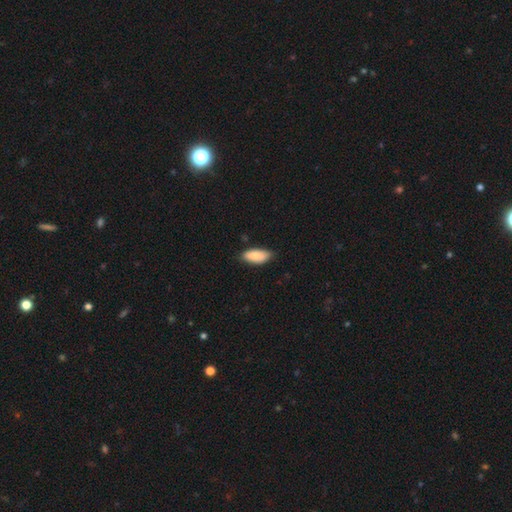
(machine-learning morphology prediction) Smooth or featured?
  - smooth: 85% *
  - featured or disk: 9%
  - star or artifact: 6%
How rounded?
  - in between: 87% *
  - cigar-shaped: 11%
  - round: 2%
Merging?
  - none: 79% *
  - minor disturbance: 18%
  - major disturbance: 2%
  - merger: 1%